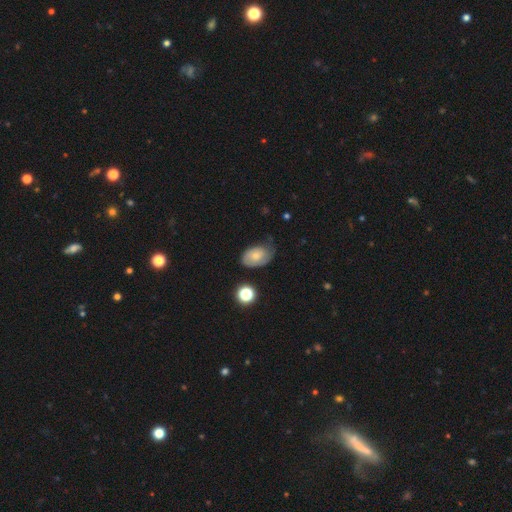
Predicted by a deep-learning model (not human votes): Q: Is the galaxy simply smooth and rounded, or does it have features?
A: smooth — 58%.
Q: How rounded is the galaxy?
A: in between — 86%.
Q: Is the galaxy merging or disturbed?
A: none — 49%.